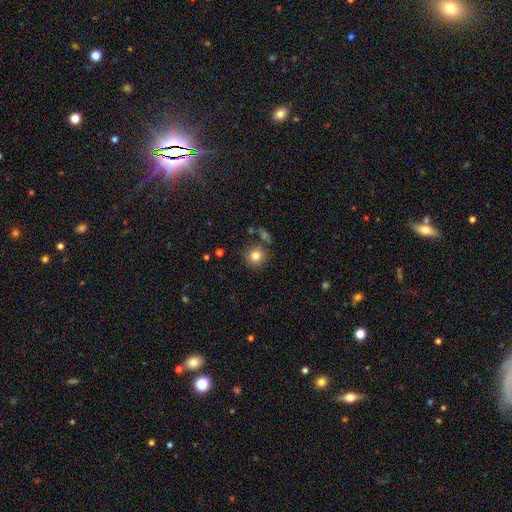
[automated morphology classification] type=smooth (81%); roundness=round (92%); merging=none (80%).